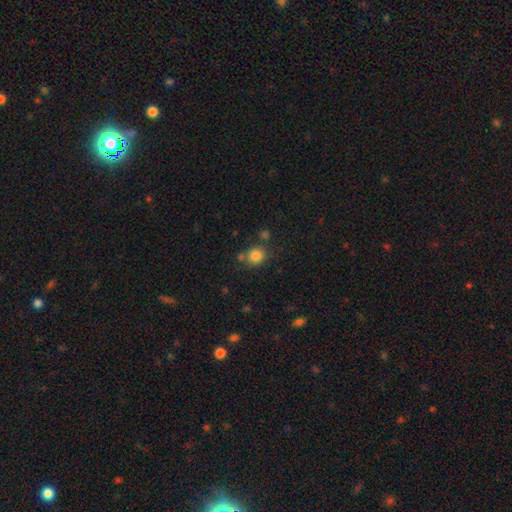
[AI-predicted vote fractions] This is clearly a smooth galaxy (83%). How rounded: clearly round (81%). Merging: likely none (70%).